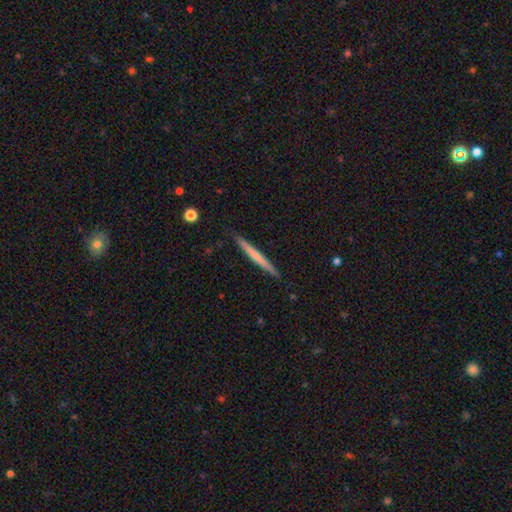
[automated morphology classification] smooth-or-featured: smooth: 55% | featured or disk: 40% | star or artifact: 5%
  how-rounded: cigar-shaped: 97% | in between: 2% | round: 1%
  merging: none: 90% | minor disturbance: 7% | major disturbance: 1% | merger: 1%